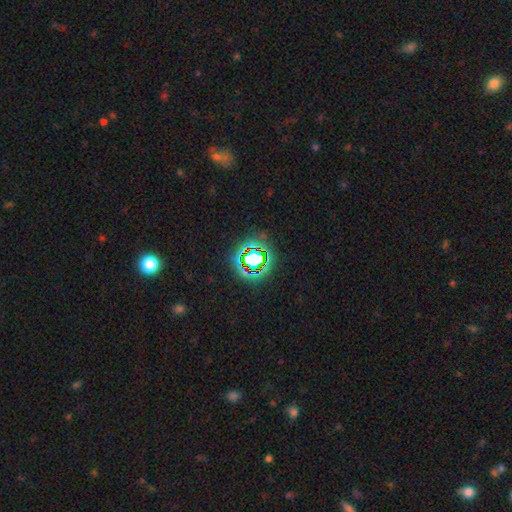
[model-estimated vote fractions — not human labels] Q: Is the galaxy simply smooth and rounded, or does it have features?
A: star or artifact — 72%.